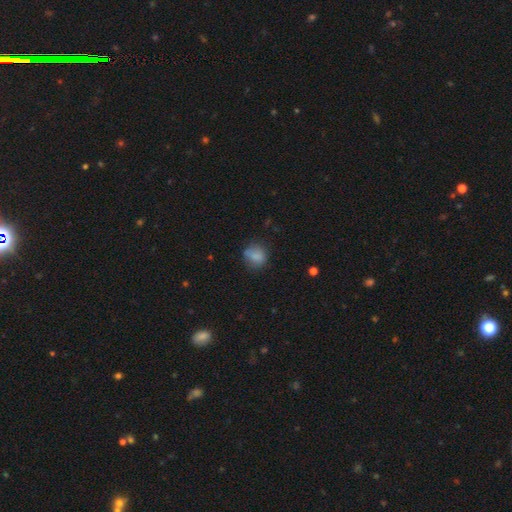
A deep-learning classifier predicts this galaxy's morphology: This appears to be a smooth galaxy with no disk features (81%) that is round (69%). Merging: none (68%).